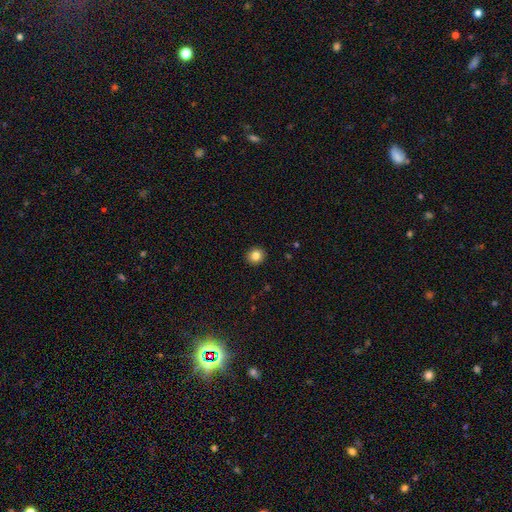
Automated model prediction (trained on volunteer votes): Smooth or featured? smooth (83%)
How rounded? round (88%)
Merging? none (93%)